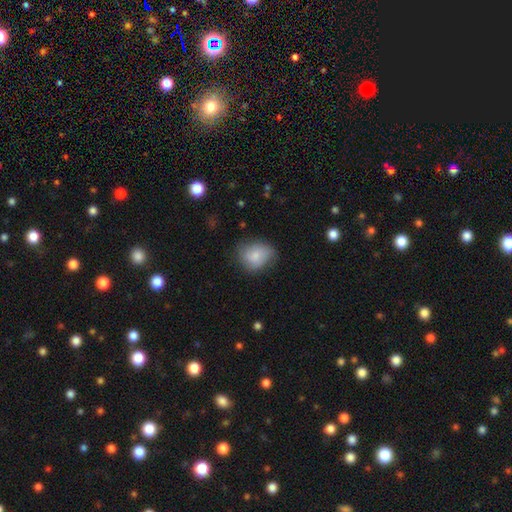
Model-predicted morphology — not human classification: Smooth or featured?
  - smooth: 74% *
  - featured or disk: 19%
  - star or artifact: 7%
How rounded?
  - round: 58% *
  - in between: 42%
  - cigar-shaped: 1%
Merging?
  - none: 62% *
  - minor disturbance: 28%
  - major disturbance: 8%
  - merger: 1%